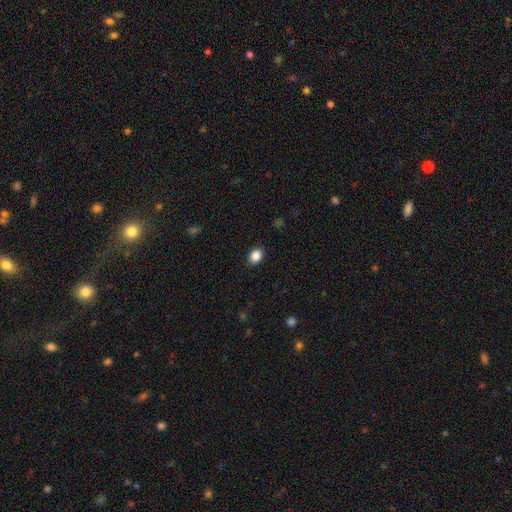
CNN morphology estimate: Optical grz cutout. It shows a smooth galaxy with no disk features (87%) that is in between round and cigar-shaped (68%). Merging: none (89%).